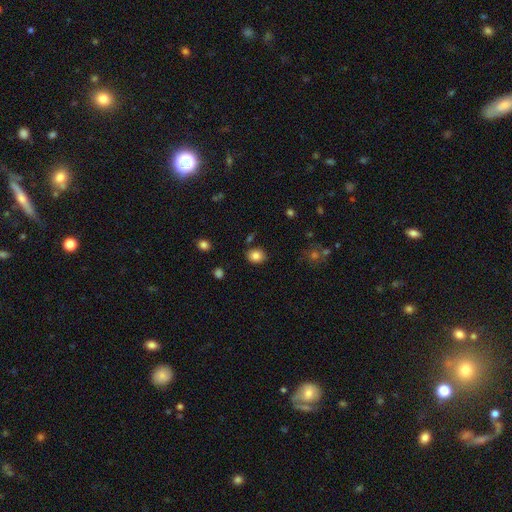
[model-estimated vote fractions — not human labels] Smooth or featured? Predicted: smooth (p=0.84). How rounded? Predicted: round (p=0.52). Merging? Predicted: none (p=0.83).